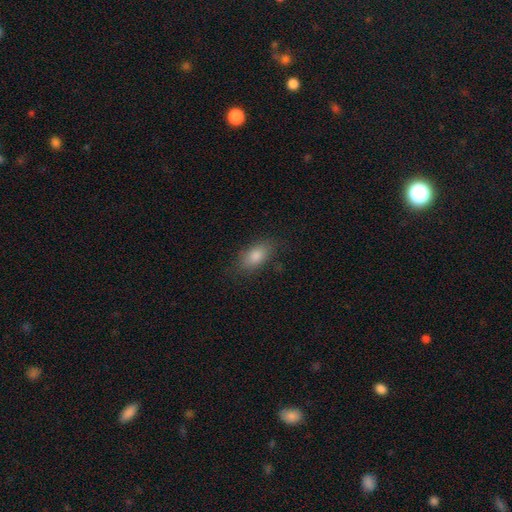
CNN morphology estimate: type=smooth (81%); roundness=in between (87%); merging=none (80%).